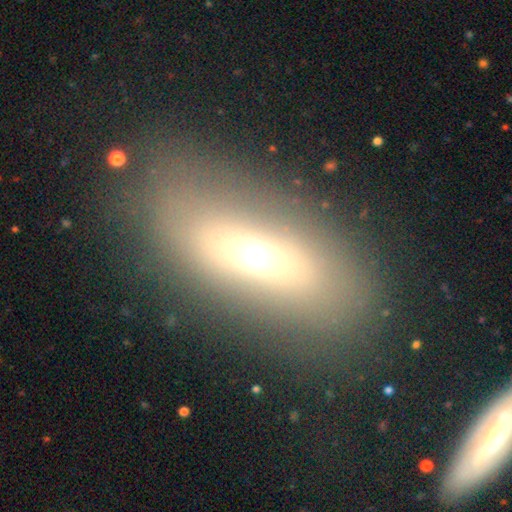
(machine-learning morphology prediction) A smooth galaxy with no disk features (55%) that is in between round and cigar-shaped (74%).

Vote fractions:
- Smooth or featured? smooth: 55% / featured or disk: 31% / star or artifact: 15%
- How rounded? in between: 74% / cigar-shaped: 19% / round: 8%
- Merging? none: 75% / minor disturbance: 13% / major disturbance: 10% / merger: 2%